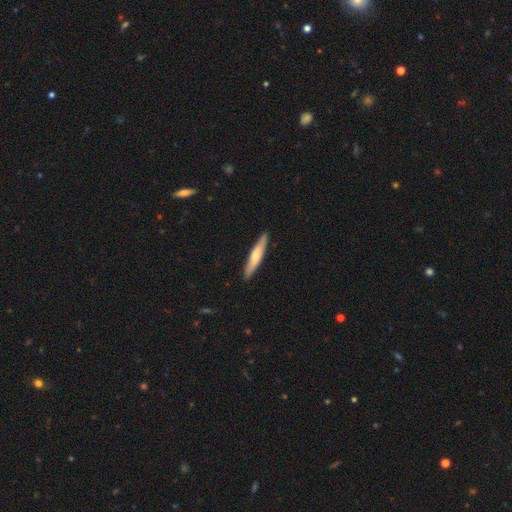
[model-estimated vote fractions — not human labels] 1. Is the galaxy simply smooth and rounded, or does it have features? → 59% smooth, 36% featured or disk, 5% star or artifact.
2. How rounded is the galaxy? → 89% cigar-shaped, 10% in between, 1% round.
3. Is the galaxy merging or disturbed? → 89% none, 8% minor disturbance, 1% major disturbance, 1% merger.